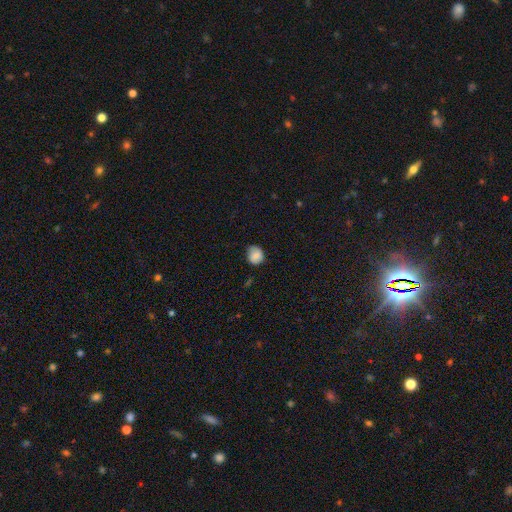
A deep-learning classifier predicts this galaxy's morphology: smooth_or_featured: smooth (p=0.83) [alt: featured or disk p=0.09]
how_rounded: round (p=0.76) [alt: in between p=0.23]
merging: none (p=0.73) [alt: minor disturbance p=0.22]